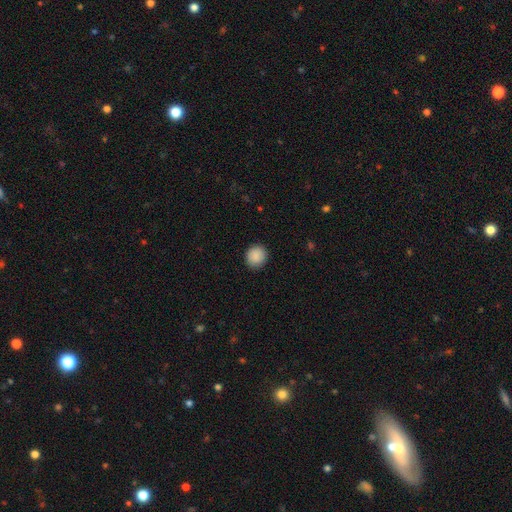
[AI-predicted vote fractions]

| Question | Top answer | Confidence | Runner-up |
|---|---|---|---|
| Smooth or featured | smooth | 89% | star or artifact (7%) |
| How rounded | round | 88% | in between (11%) |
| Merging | none | 90% | minor disturbance (7%) |